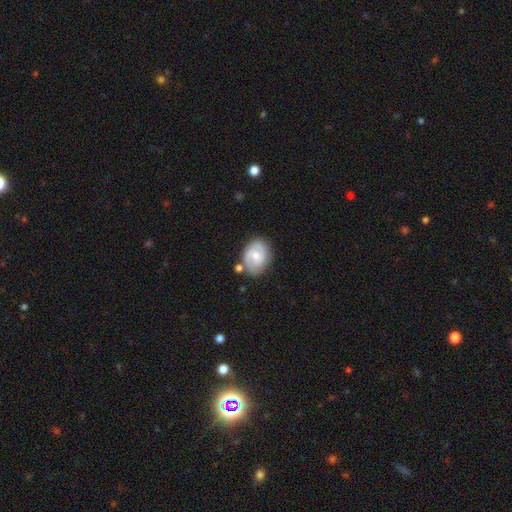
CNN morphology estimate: Smooth or featured?
  - featured or disk: 51% *
  - smooth: 42%
  - star or artifact: 7%
Edge-on disk?
  - no: 97% *
  - yes: 3%
Merging?
  - none: 66% *
  - minor disturbance: 20%
  - merger: 9%
  - major disturbance: 5%